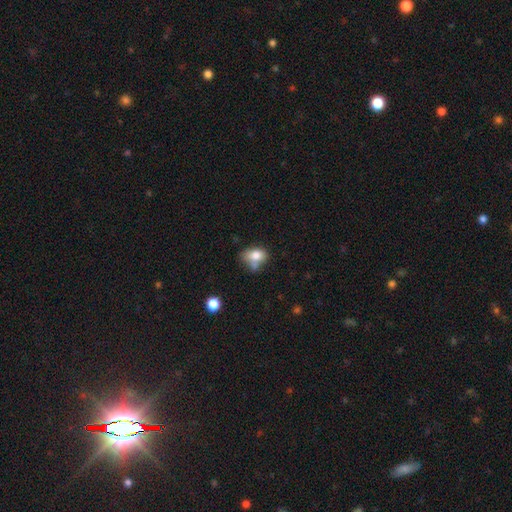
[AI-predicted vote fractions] Overall: smooth (78%). How rounded: in between (72%). Merging: none (42%; minor disturbance 25%).